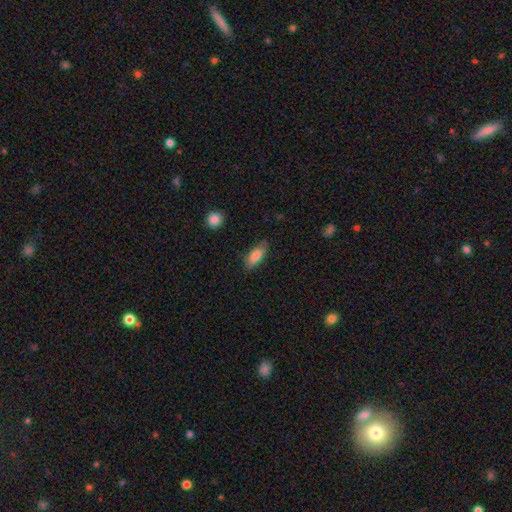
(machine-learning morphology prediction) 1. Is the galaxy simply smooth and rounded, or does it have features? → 83% smooth, 11% featured or disk, 6% star or artifact.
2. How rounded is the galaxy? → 81% in between, 17% cigar-shaped, 3% round.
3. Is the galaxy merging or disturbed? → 77% none, 18% minor disturbance, 4% major disturbance, 1% merger.